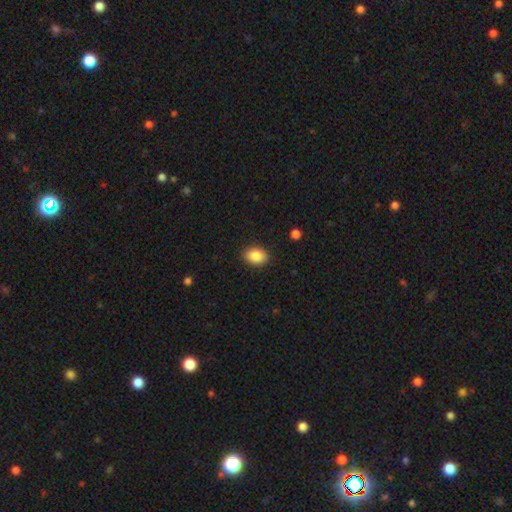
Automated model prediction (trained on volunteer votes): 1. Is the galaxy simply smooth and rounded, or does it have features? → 87% smooth, 8% star or artifact, 5% featured or disk.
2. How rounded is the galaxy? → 74% in between, 25% round, 1% cigar-shaped.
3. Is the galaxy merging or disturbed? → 87% none, 9% minor disturbance, 2% major disturbance, 1% merger.